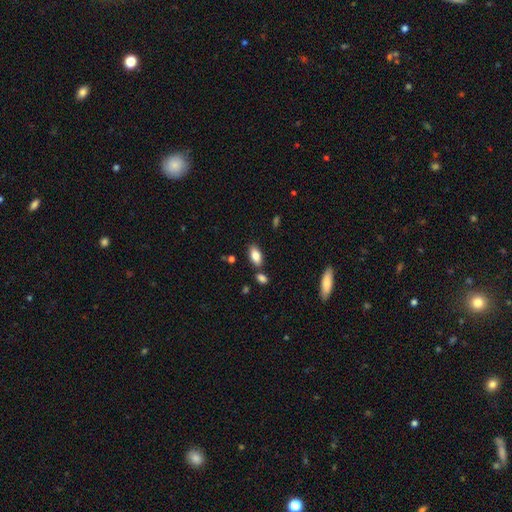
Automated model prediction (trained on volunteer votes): This appears to be a smooth galaxy with no disk features (82%) that is in between round and cigar-shaped (90%). Merging: none (78%).